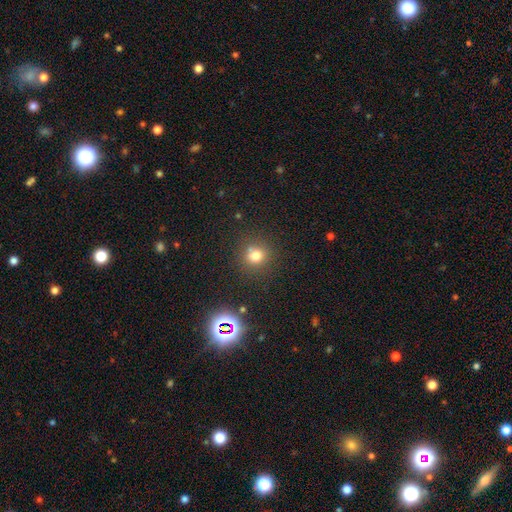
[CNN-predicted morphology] This is likely a smooth galaxy (73%). How rounded: clearly round (87%). Merging: likely none (72%).